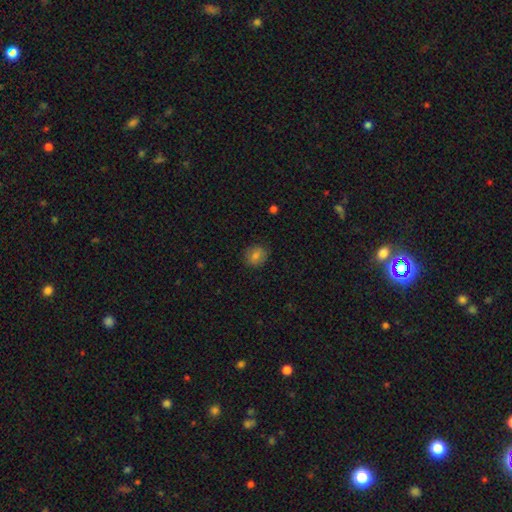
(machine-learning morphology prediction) The model was most divided on "how rounded": round: 65%, in between: 34%, cigar-shaped: 1%. More confident: merging — none (86%); smooth or featured — smooth (78%).